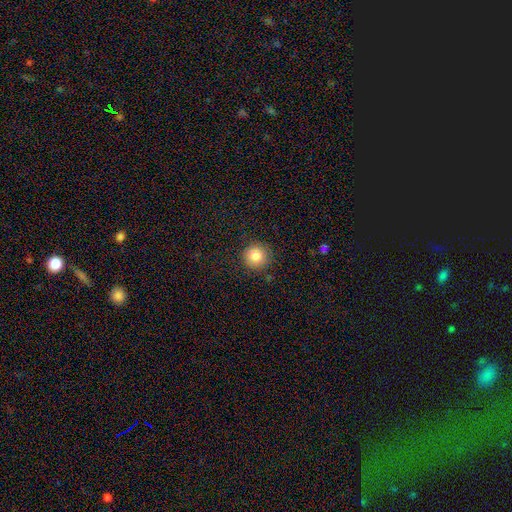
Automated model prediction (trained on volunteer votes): The model was most divided on "smooth or featured": smooth: 83%, star or artifact: 11%, featured or disk: 6%. More confident: how rounded — round (95%); merging — none (88%).